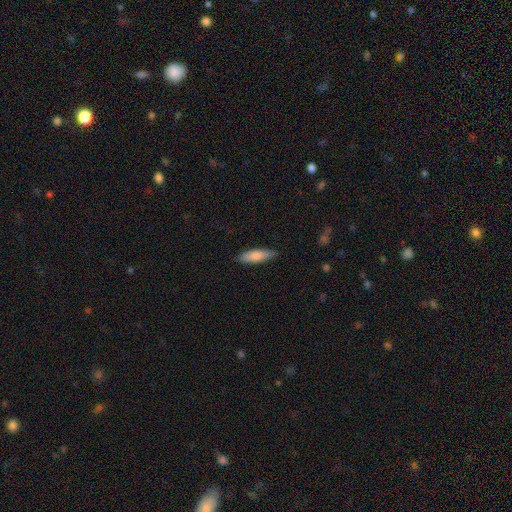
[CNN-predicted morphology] smooth-or-featured: smooth: 82% | featured or disk: 12% | star or artifact: 6%
  how-rounded: cigar-shaped: 54% | in between: 44% | round: 2%
  merging: none: 84% | minor disturbance: 13% | major disturbance: 2% | merger: 1%